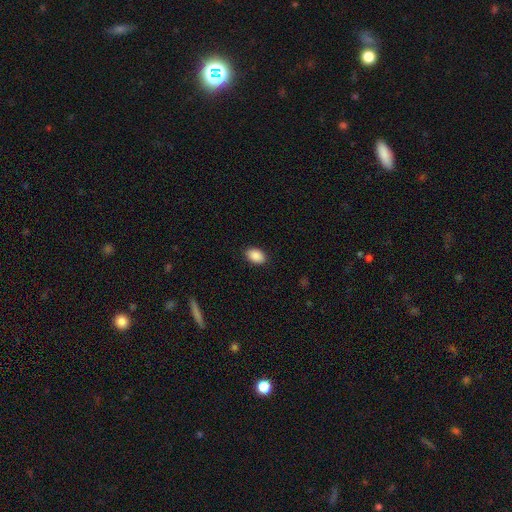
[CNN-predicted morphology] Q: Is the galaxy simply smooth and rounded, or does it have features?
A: smooth — 90%.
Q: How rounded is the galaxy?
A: in between — 86%.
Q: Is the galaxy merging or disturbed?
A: none — 89%.